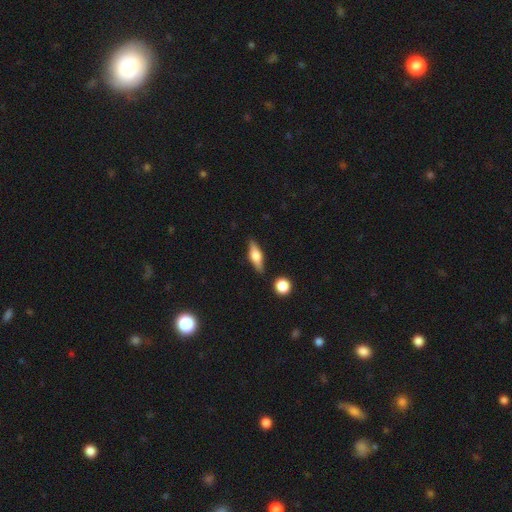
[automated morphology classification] smooth-or-featured: featured or disk: 50% | smooth: 43% | star or artifact: 7%
  merging: none: 84% | minor disturbance: 10% | merger: 3% | major disturbance: 2%